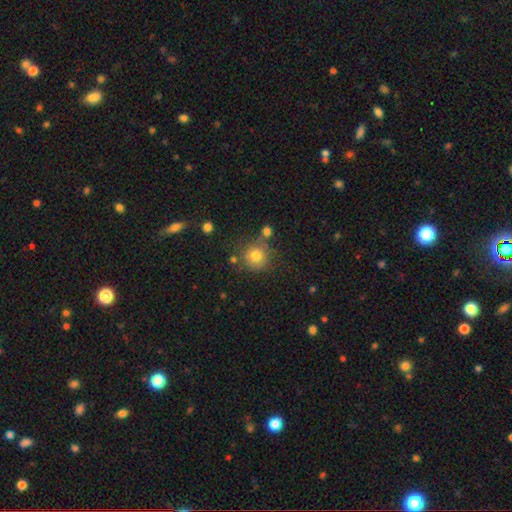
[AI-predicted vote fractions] This is likely a smooth galaxy (78%). How rounded: clearly round (89%). Merging: likely none (66%).